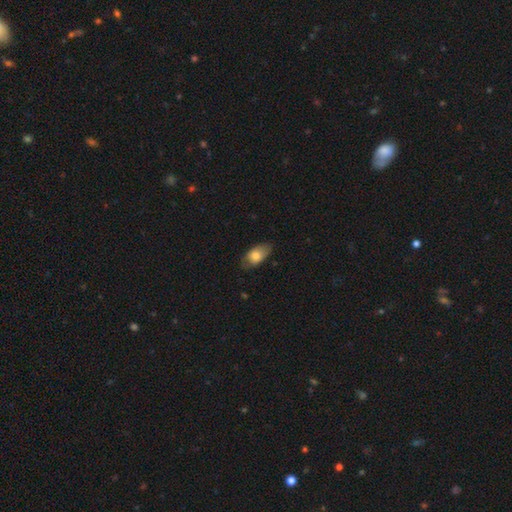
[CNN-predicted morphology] The model was most divided on "merging": none: 68%, minor disturbance: 26%, major disturbance: 5%, merger: 1%. More confident: how rounded — in between (90%); smooth or featured — smooth (74%).